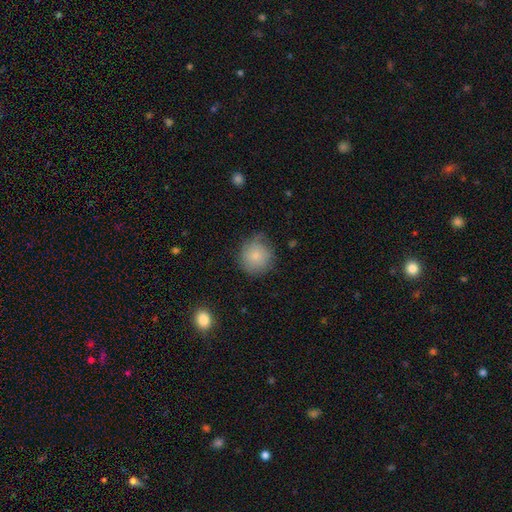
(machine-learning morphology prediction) A smooth galaxy with no disk features (80%) that is round (91%).

Vote fractions:
- Smooth or featured? smooth: 80% / featured or disk: 13% / star or artifact: 7%
- How rounded? round: 91% / in between: 8% / cigar-shaped: 1%
- Merging? none: 67% / minor disturbance: 25% / major disturbance: 7% / merger: 2%